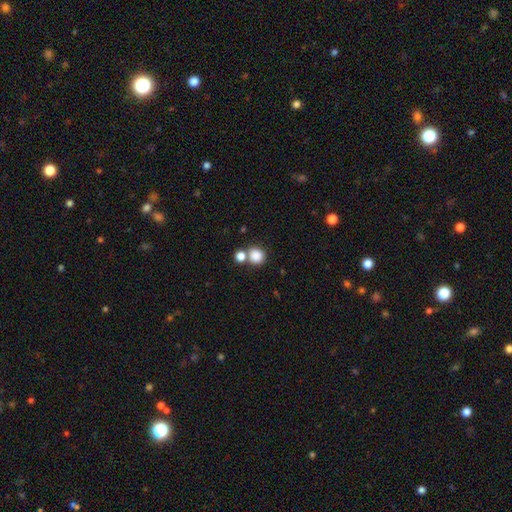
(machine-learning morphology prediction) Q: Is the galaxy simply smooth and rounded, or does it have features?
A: smooth — 84%.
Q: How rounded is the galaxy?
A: round — 86%.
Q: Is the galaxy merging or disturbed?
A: none — 61%.